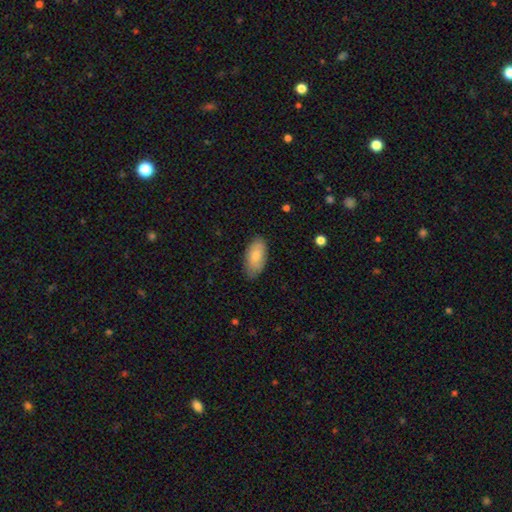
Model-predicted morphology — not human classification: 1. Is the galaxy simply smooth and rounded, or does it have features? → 79% smooth, 15% featured or disk, 6% star or artifact.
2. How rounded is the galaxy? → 94% in between, 4% cigar-shaped, 2% round.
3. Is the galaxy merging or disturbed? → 82% none, 14% minor disturbance, 3% major disturbance, 1% merger.